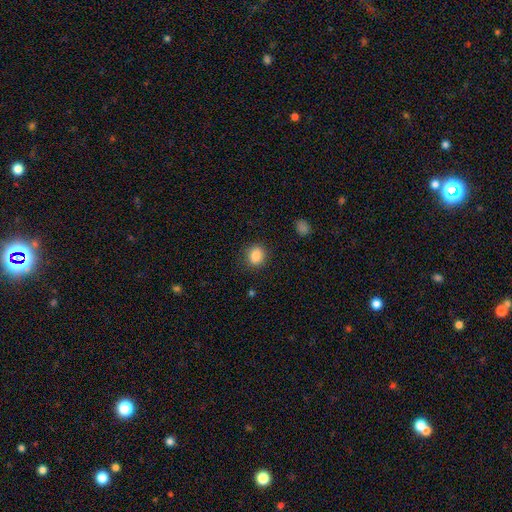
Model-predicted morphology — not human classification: Smooth or featured?
  - smooth: 86% *
  - star or artifact: 9%
  - featured or disk: 4%
How rounded?
  - round: 73% *
  - in between: 26%
  - cigar-shaped: 1%
Merging?
  - none: 87% *
  - minor disturbance: 9%
  - major disturbance: 3%
  - merger: 1%